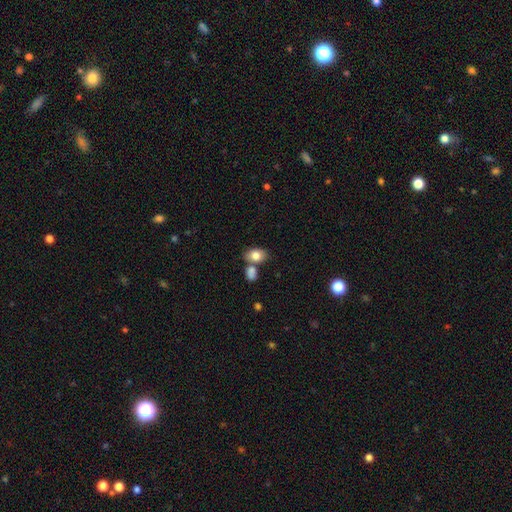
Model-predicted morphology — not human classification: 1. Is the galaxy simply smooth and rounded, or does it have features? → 80% smooth, 12% featured or disk, 8% star or artifact.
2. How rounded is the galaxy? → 82% in between, 16% round, 1% cigar-shaped.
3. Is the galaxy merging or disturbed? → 55% none, 29% merger, 13% minor disturbance, 4% major disturbance.